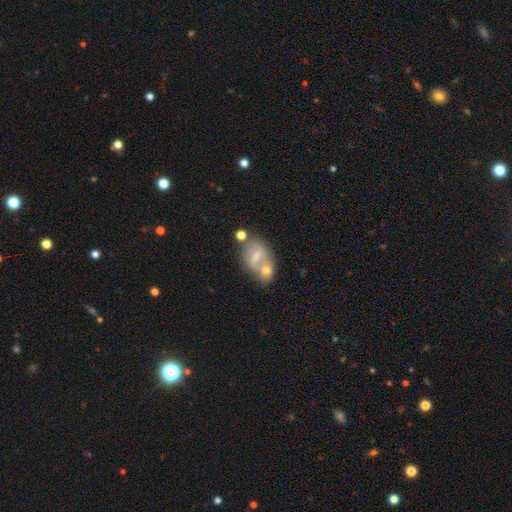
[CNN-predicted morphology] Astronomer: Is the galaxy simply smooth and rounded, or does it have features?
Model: smooth — 58%.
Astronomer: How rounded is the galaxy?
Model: in between — 76%.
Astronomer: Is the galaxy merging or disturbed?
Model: merger — 50% (runner-up: none, 28%).